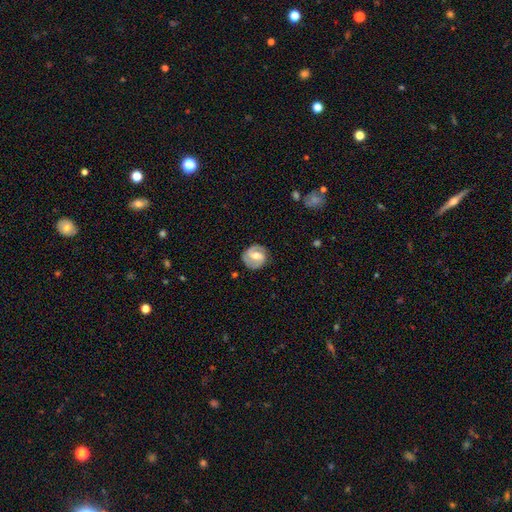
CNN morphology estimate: Overall: featured or disk (74%). Edge-on disk: no (98%). Bar: weak (49%; strong 31%). Spiral arms: yes (88%). Spiral arm count: 2 (86%). Spiral winding: medium (45%; tight 39%). Bulge size: moderate (66%). Merging: none (82%).